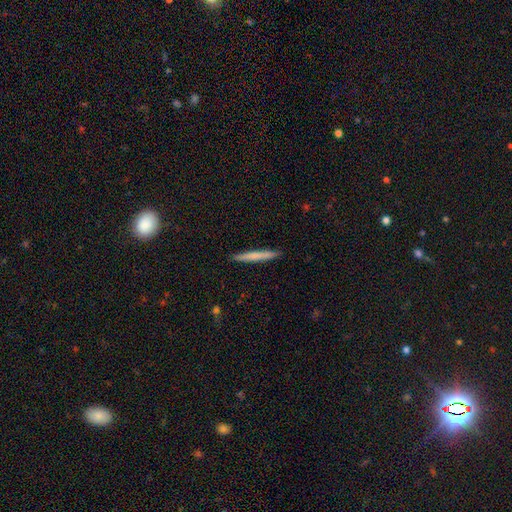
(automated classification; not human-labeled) This appears to be a smooth galaxy with no disk features (67%) that is cigar-shaped (97%). Merging: none (91%).